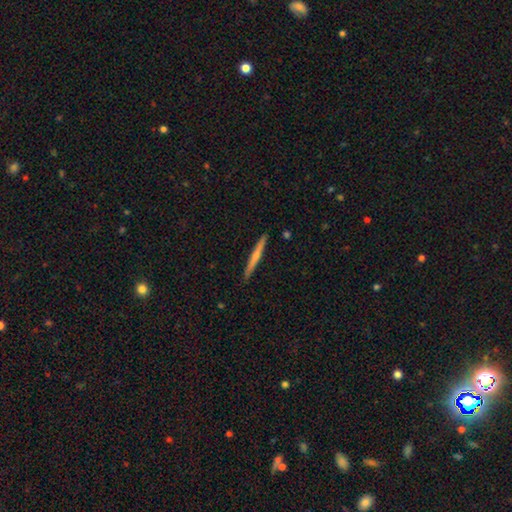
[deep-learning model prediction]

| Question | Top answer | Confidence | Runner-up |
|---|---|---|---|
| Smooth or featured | featured or disk | 49% | smooth (45%) |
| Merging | none | 91% | minor disturbance (7%) |